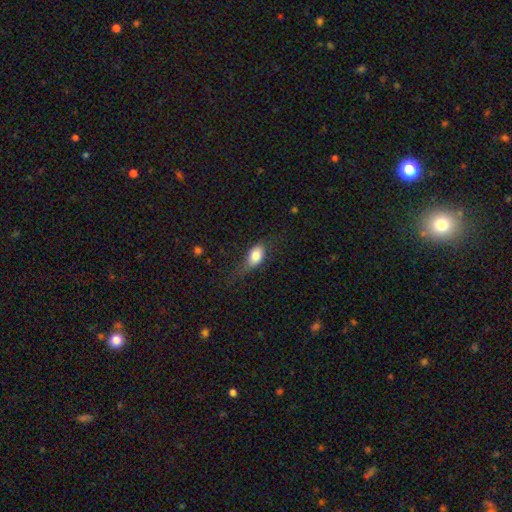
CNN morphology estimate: smooth 78%, featured or disk 15%, star or artifact 7%. Down the decision tree: how rounded — in between (85%); merging — none (45%).